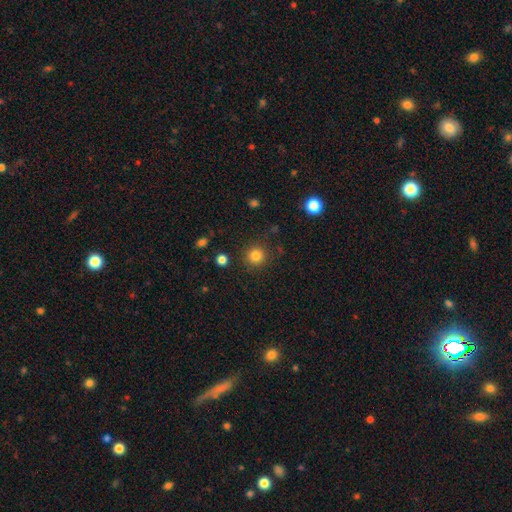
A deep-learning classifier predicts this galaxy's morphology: Smooth or featured?
  - smooth: 83% *
  - star or artifact: 12%
  - featured or disk: 5%
How rounded?
  - round: 93% *
  - in between: 6%
  - cigar-shaped: 1%
Merging?
  - none: 88% *
  - minor disturbance: 7%
  - major disturbance: 3%
  - merger: 2%